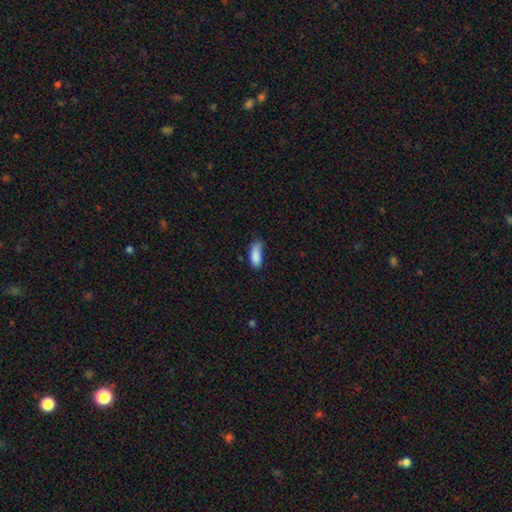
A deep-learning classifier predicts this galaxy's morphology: A smooth galaxy with no disk features (86%) that is in between round and cigar-shaped (77%). Merging: none (44%).